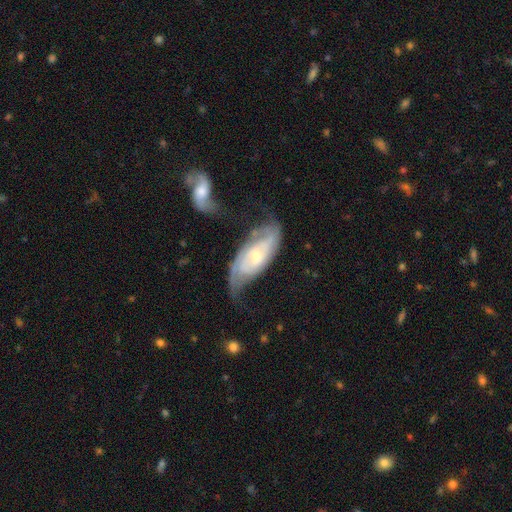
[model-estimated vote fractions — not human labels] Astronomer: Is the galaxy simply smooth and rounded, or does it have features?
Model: featured or disk — 79%.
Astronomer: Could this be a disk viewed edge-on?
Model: no — 92%.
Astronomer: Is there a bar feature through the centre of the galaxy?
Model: no — 59%.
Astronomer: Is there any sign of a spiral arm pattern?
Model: yes — 92%.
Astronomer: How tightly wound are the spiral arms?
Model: tight — 48% (runner-up: medium, 35%).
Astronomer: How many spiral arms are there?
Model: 2 — 57%.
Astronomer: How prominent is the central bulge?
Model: small — 57% (runner-up: moderate, 38%).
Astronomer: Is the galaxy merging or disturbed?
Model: none — 47% (runner-up: minor disturbance, 25%).